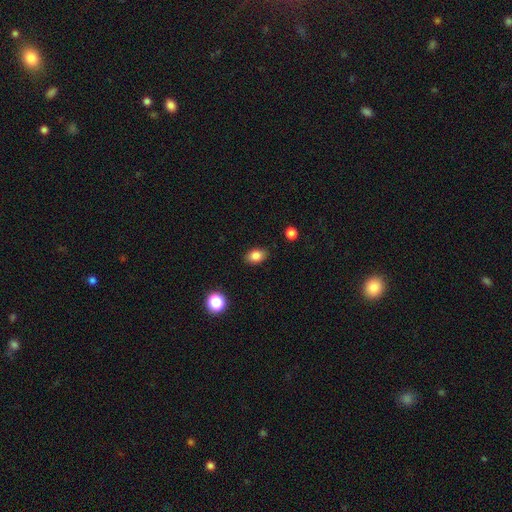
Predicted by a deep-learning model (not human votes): Smooth or featured?
  - smooth: 84% *
  - star or artifact: 10%
  - featured or disk: 6%
How rounded?
  - in between: 78% *
  - round: 21%
  - cigar-shaped: 1%
Merging?
  - none: 86% *
  - minor disturbance: 11%
  - major disturbance: 2%
  - merger: 1%